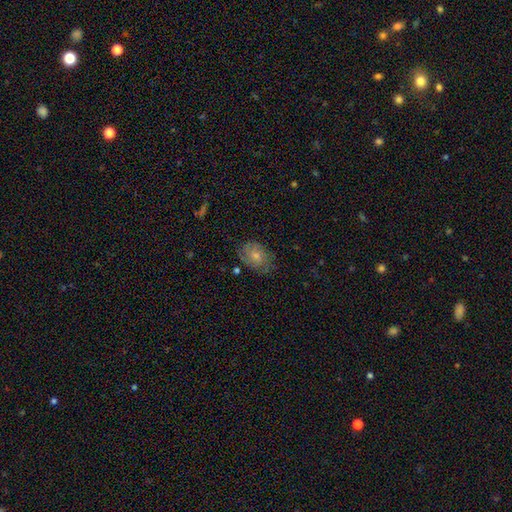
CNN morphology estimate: smooth_or_featured: smooth (p=0.49) [alt: featured or disk p=0.42]
merging: none (p=0.69) [alt: minor disturbance p=0.22]